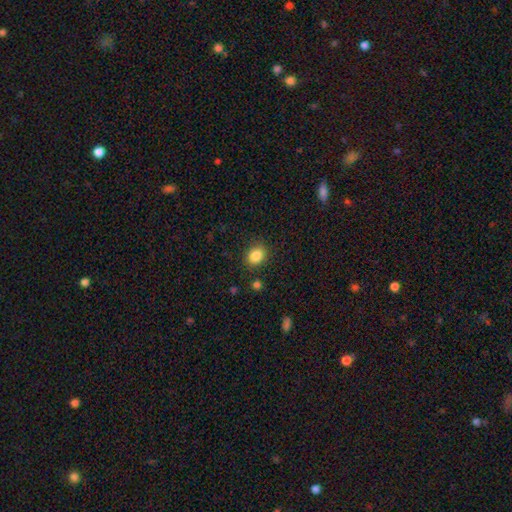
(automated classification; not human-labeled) Q: Smooth or featured?
A: smooth (85%); runner-up: star or artifact (10%)
Q: How rounded?
A: round (55%); runner-up: in between (44%)
Q: Merging?
A: none (83%); runner-up: minor disturbance (12%)